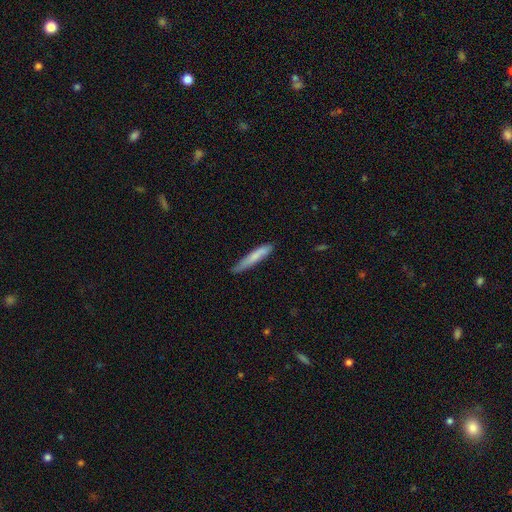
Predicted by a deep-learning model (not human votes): smooth-or-featured: smooth: 73% | featured or disk: 22% | star or artifact: 5%
  how-rounded: cigar-shaped: 93% | in between: 6% | round: 1%
  merging: none: 74% | minor disturbance: 21% | major disturbance: 3% | merger: 2%